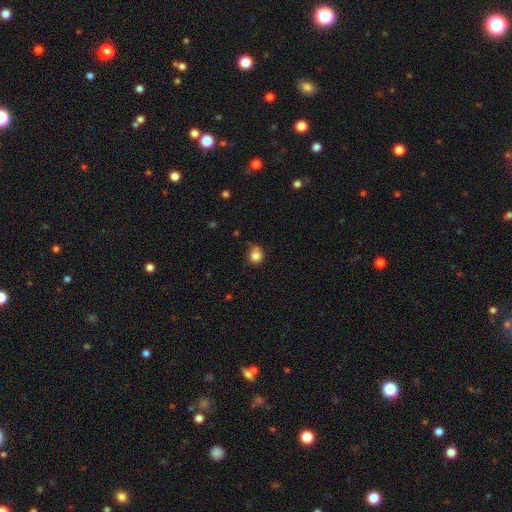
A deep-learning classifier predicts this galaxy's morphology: This is clearly a smooth galaxy (84%). How rounded: likely round (79%). Merging: likely none (65%).